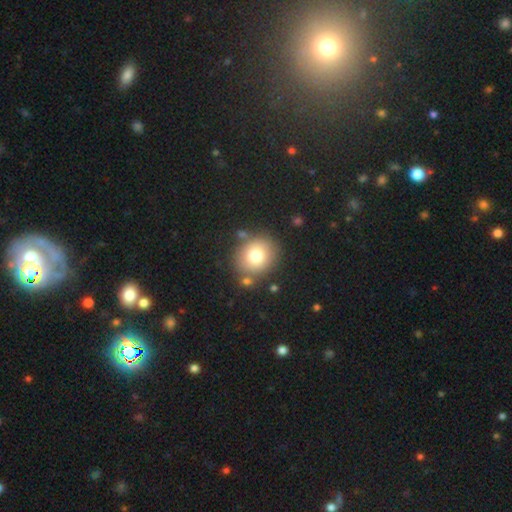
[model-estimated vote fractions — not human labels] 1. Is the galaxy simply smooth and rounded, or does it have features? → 77% smooth, 12% featured or disk, 11% star or artifact.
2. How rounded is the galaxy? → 72% round, 27% in between, 1% cigar-shaped.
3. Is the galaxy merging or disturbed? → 78% none, 11% minor disturbance, 7% merger, 4% major disturbance.